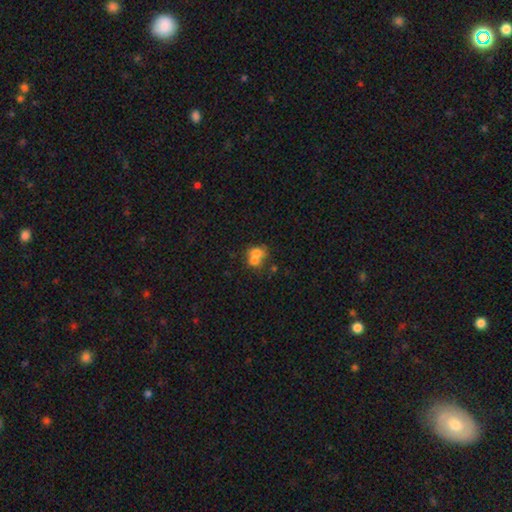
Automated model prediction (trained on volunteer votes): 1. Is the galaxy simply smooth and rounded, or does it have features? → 64% smooth, 23% featured or disk, 12% star or artifact.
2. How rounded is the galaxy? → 55% round, 44% in between, 1% cigar-shaped.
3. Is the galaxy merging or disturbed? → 64% merger, 24% none, 8% minor disturbance, 5% major disturbance.